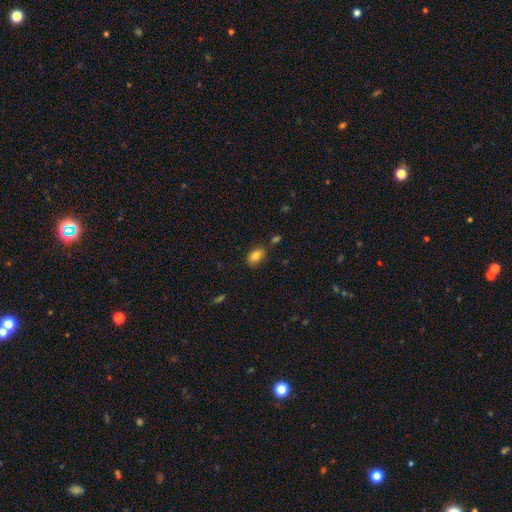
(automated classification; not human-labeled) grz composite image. It shows a smooth galaxy with no disk features (82%) that is in between round and cigar-shaped (85%). Merging: none (80%).